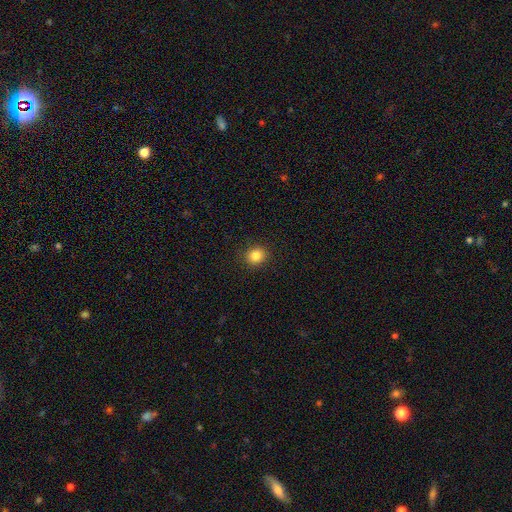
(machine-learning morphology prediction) Smooth or featured: smooth — 84% (star or artifact — 11%)
How rounded: round — 82% (in between — 17%)
Merging: none — 91% (minor disturbance — 6%)